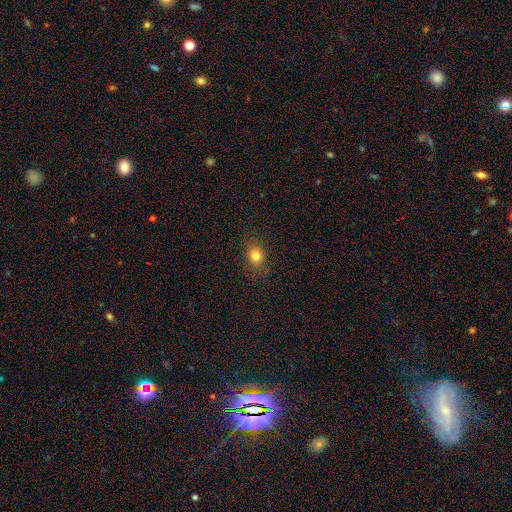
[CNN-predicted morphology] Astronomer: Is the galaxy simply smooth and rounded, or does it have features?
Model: smooth — 81%.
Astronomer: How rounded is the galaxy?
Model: round — 59% (runner-up: in between, 40%).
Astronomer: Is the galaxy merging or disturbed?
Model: none — 84%.